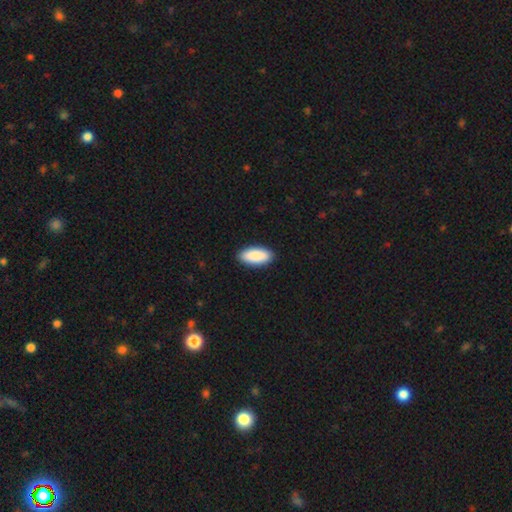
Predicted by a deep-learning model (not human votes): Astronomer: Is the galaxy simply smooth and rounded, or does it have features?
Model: smooth — 90%.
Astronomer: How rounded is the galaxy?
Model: in between — 86%.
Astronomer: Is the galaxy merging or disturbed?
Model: none — 90%.